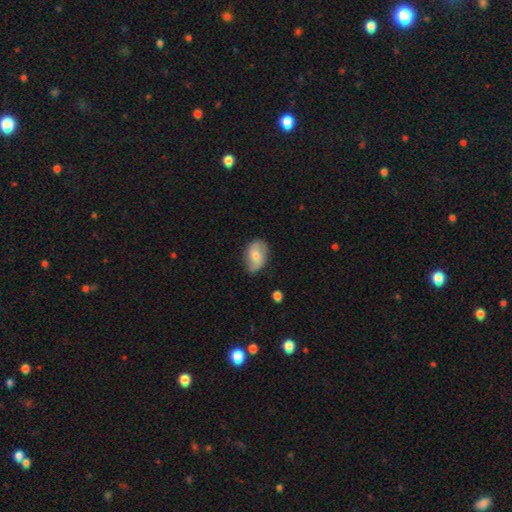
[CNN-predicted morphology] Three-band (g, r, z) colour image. It shows a smooth galaxy with no disk features (56%) that is in between round and cigar-shaped (85%). Merging: none (69%).